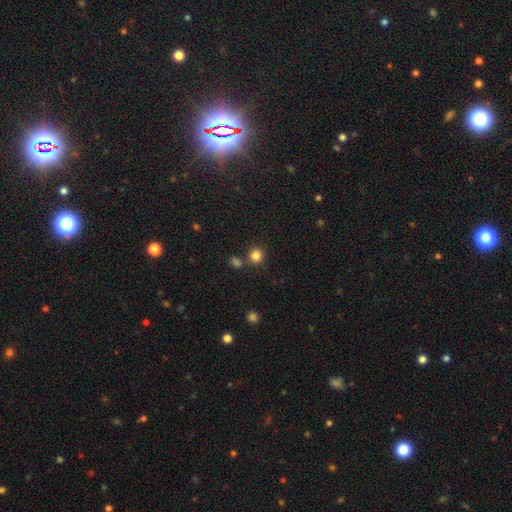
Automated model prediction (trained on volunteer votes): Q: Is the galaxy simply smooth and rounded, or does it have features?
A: smooth — 83%.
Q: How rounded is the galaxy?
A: round — 88%.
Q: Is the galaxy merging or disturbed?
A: none — 75%.